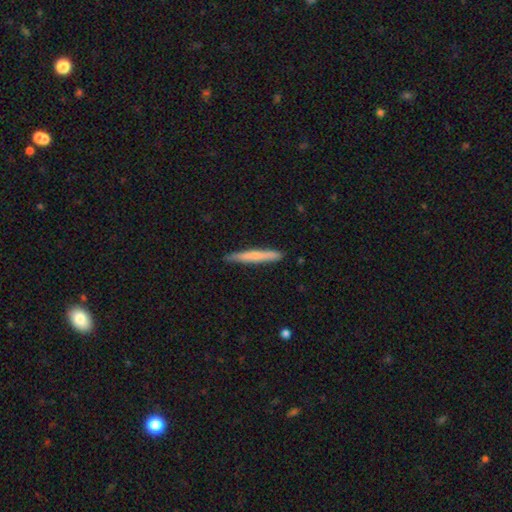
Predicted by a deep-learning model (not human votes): This appears to be a smooth galaxy with no disk features (63%) that is cigar-shaped (96%). Merging: none (89%).